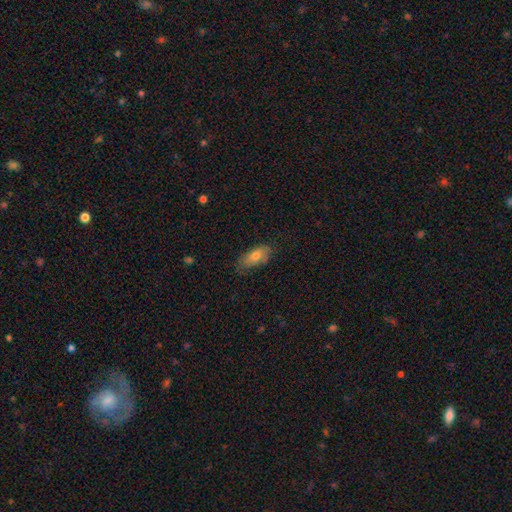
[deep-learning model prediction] Morphology: type=smooth (72%); roundness=in between (82%); merging=none (71%).